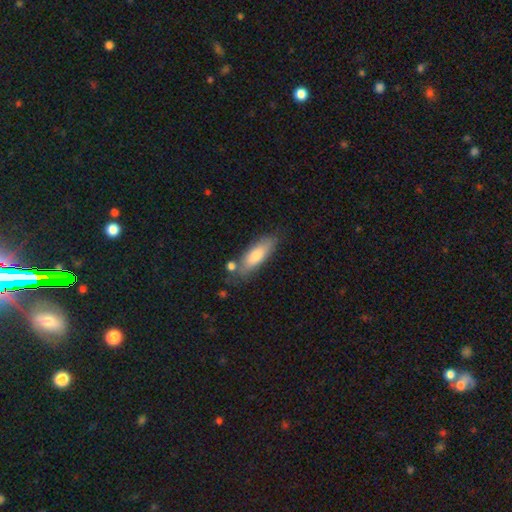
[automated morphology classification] Smooth or featured: smooth — 73% (featured or disk — 21%)
How rounded: in between — 53% (cigar-shaped — 46%)
Merging: none — 71% (minor disturbance — 18%)